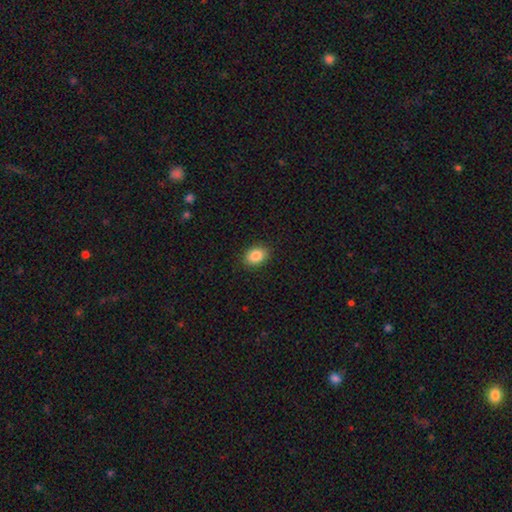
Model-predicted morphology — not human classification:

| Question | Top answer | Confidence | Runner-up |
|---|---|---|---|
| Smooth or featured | smooth | 87% | star or artifact (8%) |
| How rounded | in between | 76% | round (23%) |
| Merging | none | 89% | minor disturbance (8%) |